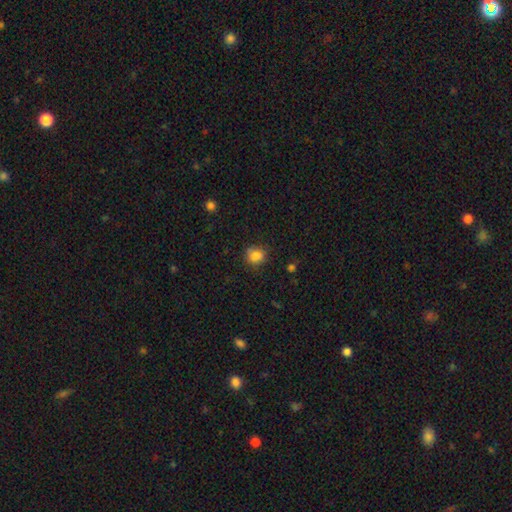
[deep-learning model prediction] Smooth or featured: smooth — 84% (star or artifact — 11%)
How rounded: round — 76% (in between — 23%)
Merging: none — 78% (minor disturbance — 17%)